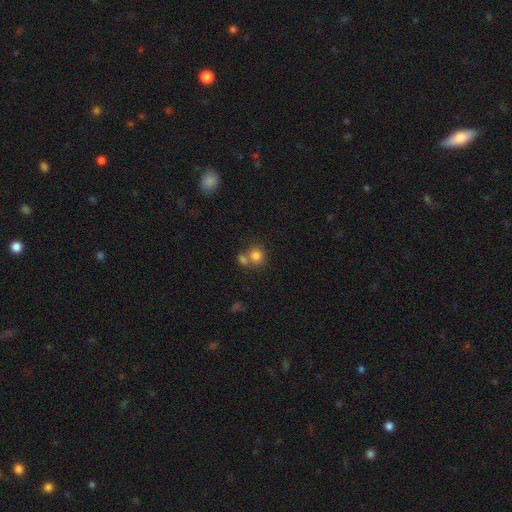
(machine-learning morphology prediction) type=smooth (80%); roundness=round (83%); merging=none (50%).